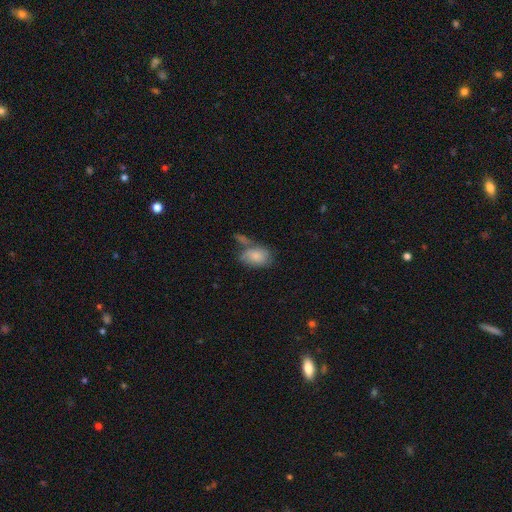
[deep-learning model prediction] Smooth or featured? Predicted: smooth (p=0.77). How rounded? Predicted: in between (p=0.84). Merging? Predicted: none (p=0.39).